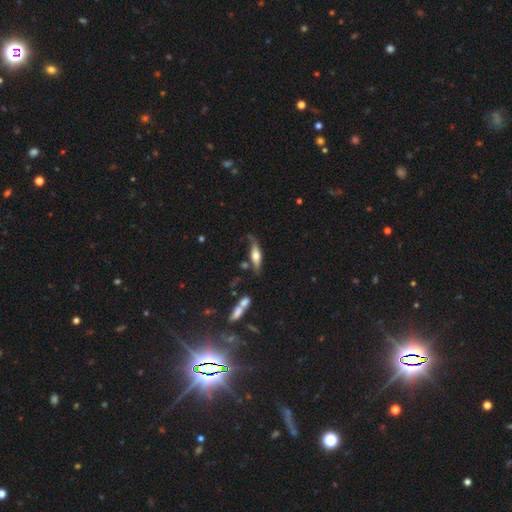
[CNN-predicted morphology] A smooth galaxy with no disk features (48%). Merging: none (54%).